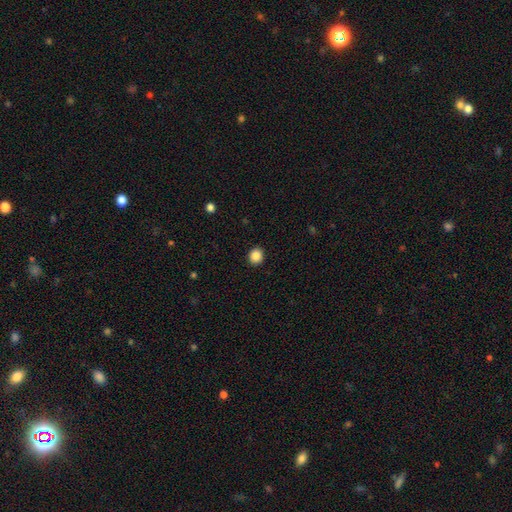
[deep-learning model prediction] Smooth or featured: smooth — 86% (star or artifact — 10%)
How rounded: round — 87% (in between — 12%)
Merging: none — 92% (minor disturbance — 5%)